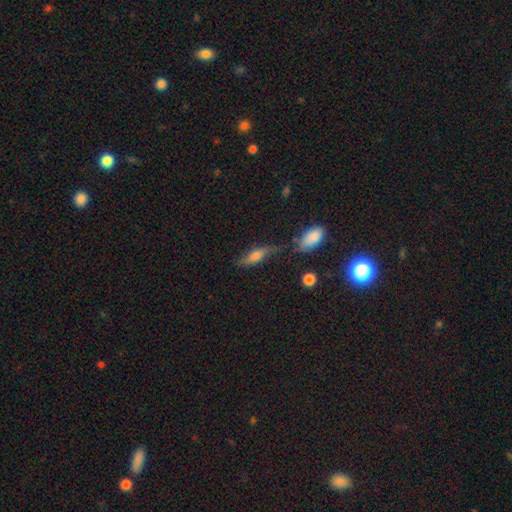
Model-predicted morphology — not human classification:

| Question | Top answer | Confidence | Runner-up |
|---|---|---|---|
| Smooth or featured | smooth | 49% | featured or disk (41%) |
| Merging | none | 57% | minor disturbance (24%) |